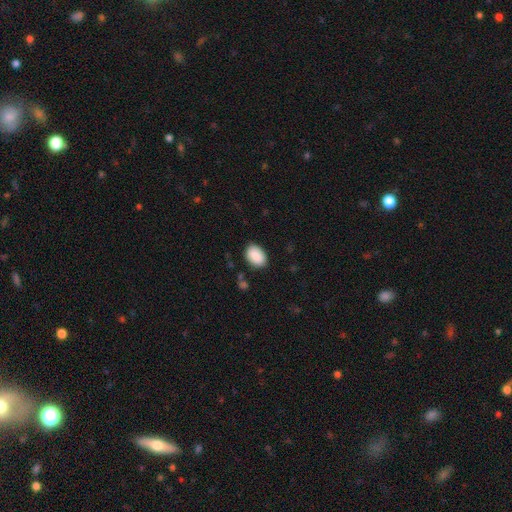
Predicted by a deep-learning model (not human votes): Smooth or featured? smooth (89%)
How rounded? in between (84%)
Merging? none (83%)